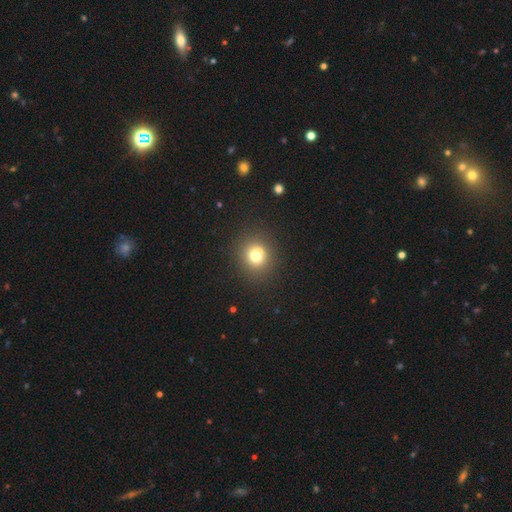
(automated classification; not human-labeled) Smooth or featured?
  - smooth: 73% *
  - star or artifact: 16%
  - featured or disk: 11%
How rounded?
  - round: 88% *
  - in between: 11%
  - cigar-shaped: 1%
Merging?
  - none: 82% *
  - minor disturbance: 8%
  - merger: 5%
  - major disturbance: 4%